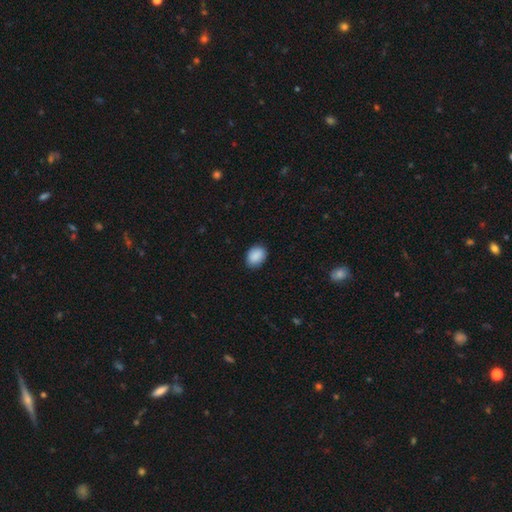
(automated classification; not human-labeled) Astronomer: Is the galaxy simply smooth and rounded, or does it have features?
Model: smooth — 90%.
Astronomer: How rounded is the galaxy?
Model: in between — 71%.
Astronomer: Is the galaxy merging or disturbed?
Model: none — 86%.